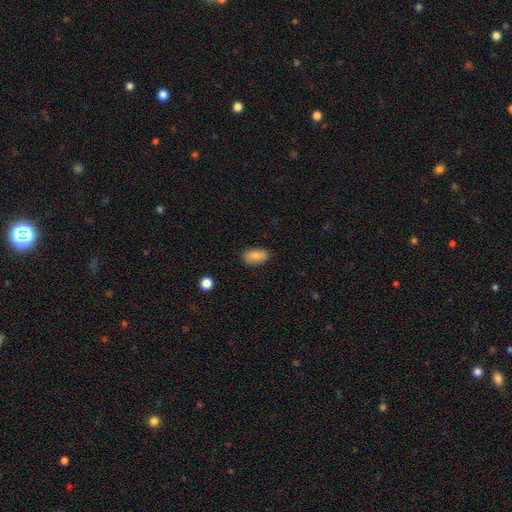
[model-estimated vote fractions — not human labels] Overall: smooth (85%). How rounded: in between (92%). Merging: none (83%).